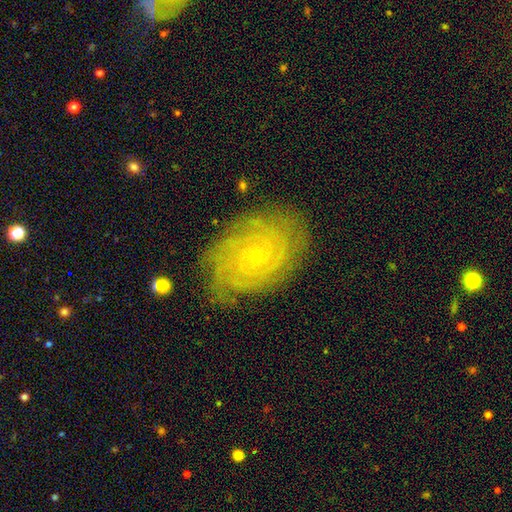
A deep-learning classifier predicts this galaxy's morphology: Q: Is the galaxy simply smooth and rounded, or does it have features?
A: featured or disk — 86%.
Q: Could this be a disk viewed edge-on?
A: no — 97%.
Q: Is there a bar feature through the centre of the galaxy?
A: no — 83%.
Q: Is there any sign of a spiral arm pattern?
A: yes — 97%.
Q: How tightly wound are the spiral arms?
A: tight — 84%.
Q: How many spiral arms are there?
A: can't tell — 26%.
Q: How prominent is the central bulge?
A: small — 86%.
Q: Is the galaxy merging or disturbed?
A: none — 78%.